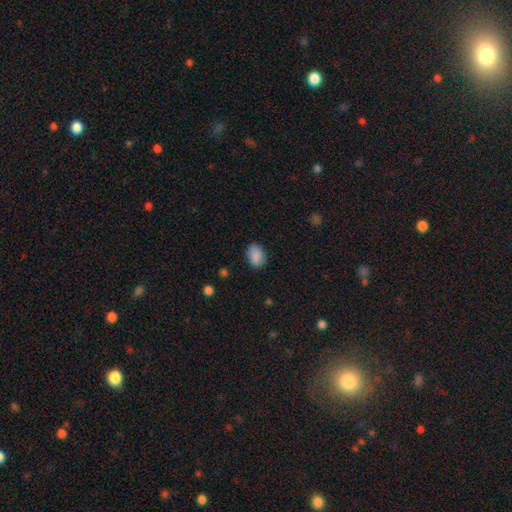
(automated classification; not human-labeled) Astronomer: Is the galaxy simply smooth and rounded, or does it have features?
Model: smooth — 87%.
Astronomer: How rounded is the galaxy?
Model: in between — 75%.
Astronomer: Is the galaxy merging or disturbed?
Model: none — 78%.